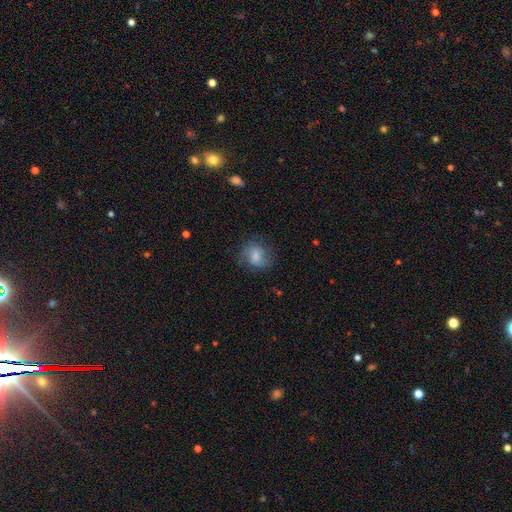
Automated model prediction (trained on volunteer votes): The model was most divided on "how rounded": round: 58%, in between: 41%, cigar-shaped: 1%. More confident: merging — none (64%); smooth or featured — smooth (61%).